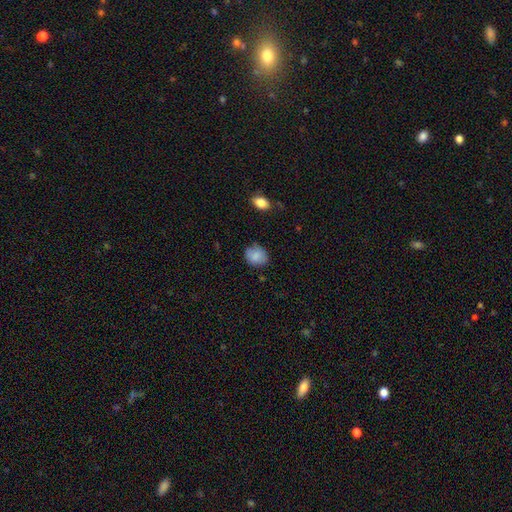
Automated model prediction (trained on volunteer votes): smooth_or_featured: smooth (p=0.84) [alt: featured or disk p=0.08]
how_rounded: round (p=0.63) [alt: in between p=0.36]
merging: none (p=0.74) [alt: minor disturbance p=0.20]